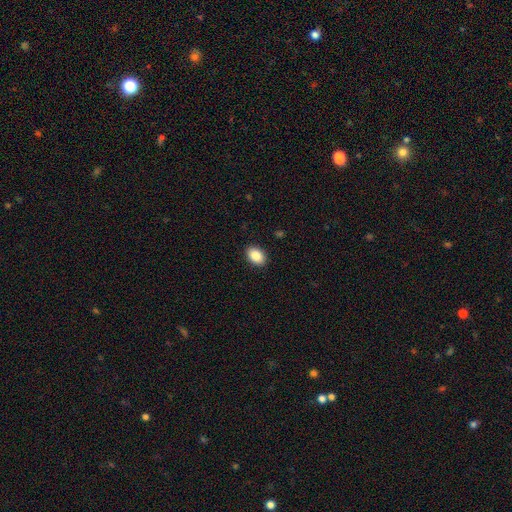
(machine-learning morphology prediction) Smooth or featured? Predicted: smooth (p=0.87). How rounded? Predicted: in between (p=0.83). Merging? Predicted: none (p=0.90).